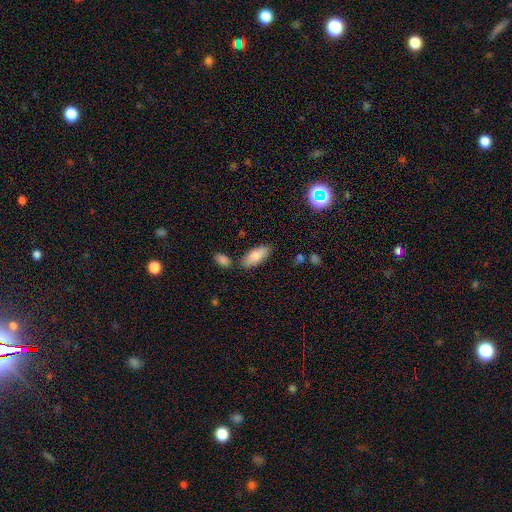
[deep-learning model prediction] Smooth or featured? Predicted: smooth (p=0.85). How rounded? Predicted: in between (p=0.86). Merging? Predicted: none (p=0.77).